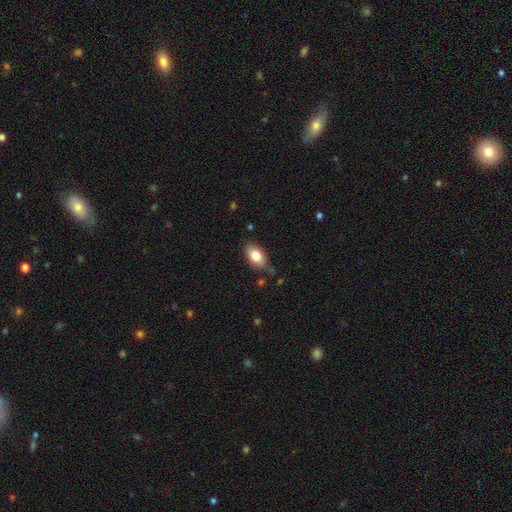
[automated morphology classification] Q: Smooth or featured?
A: smooth (83%); runner-up: featured or disk (10%)
Q: How rounded?
A: in between (91%); runner-up: round (7%)
Q: Merging?
A: none (76%); runner-up: minor disturbance (18%)